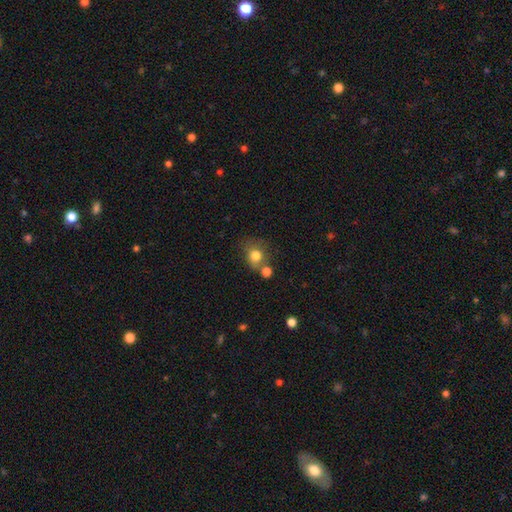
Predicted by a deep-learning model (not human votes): smooth 78%, star or artifact 11%, featured or disk 10%. Down the decision tree: how rounded — round (70%); merging — none (55%).